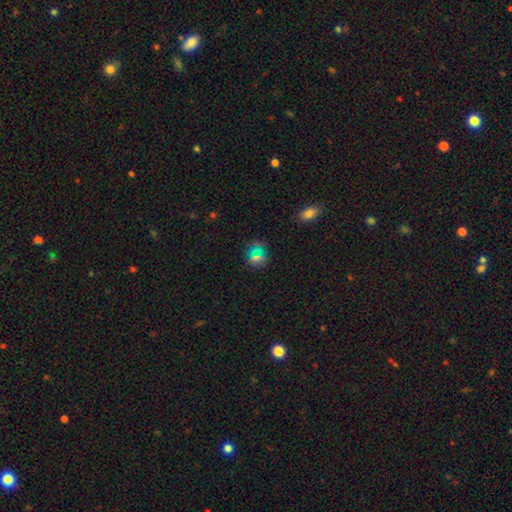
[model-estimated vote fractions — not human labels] Q: Smooth or featured?
A: smooth (61%); runner-up: star or artifact (29%)
Q: How rounded?
A: round (77%); runner-up: in between (21%)
Q: Merging?
A: none (80%); runner-up: minor disturbance (13%)